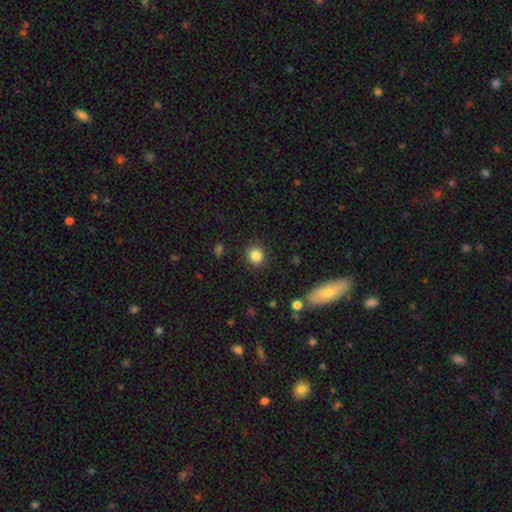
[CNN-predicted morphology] Q: Smooth or featured?
A: smooth (85%); runner-up: star or artifact (10%)
Q: How rounded?
A: round (80%); runner-up: in between (19%)
Q: Merging?
A: none (89%); runner-up: minor disturbance (7%)